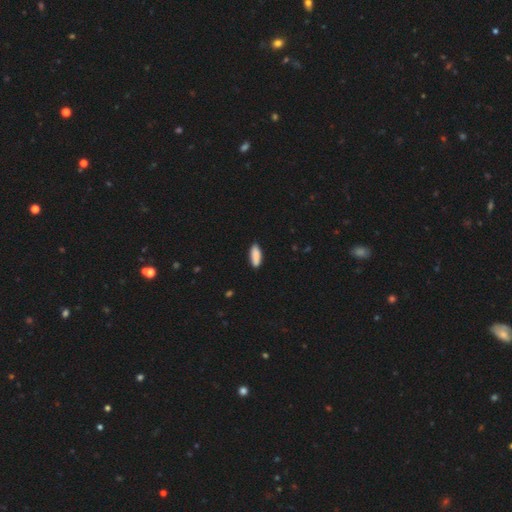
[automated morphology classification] Smooth or featured? Predicted: smooth (p=0.90). How rounded? Predicted: in between (p=0.66). Merging? Predicted: none (p=0.87).